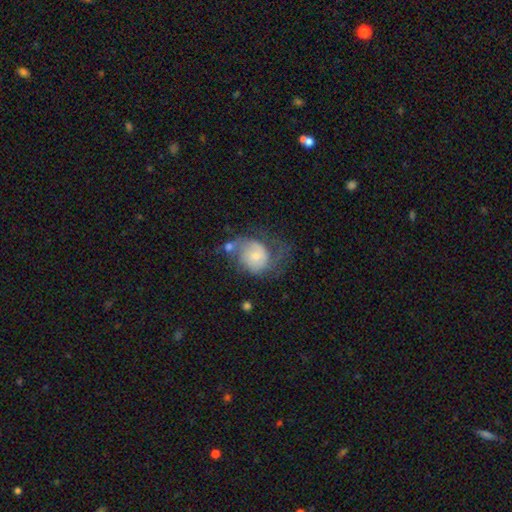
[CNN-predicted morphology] smooth-or-featured: featured or disk: 59% | smooth: 33% | star or artifact: 7%
  disk-edge-on: no: 98% | yes: 2%
    bar: no: 70% | weak: 26% | strong: 4%
    has-spiral-arms: yes: 83% | no: 17%
    bulge-size: small: 55% | moderate: 31% | none: 6% | large: 5% | dominant: 2%
  merging: none: 34% | major disturbance: 31% | minor disturbance: 23% | merger: 12%